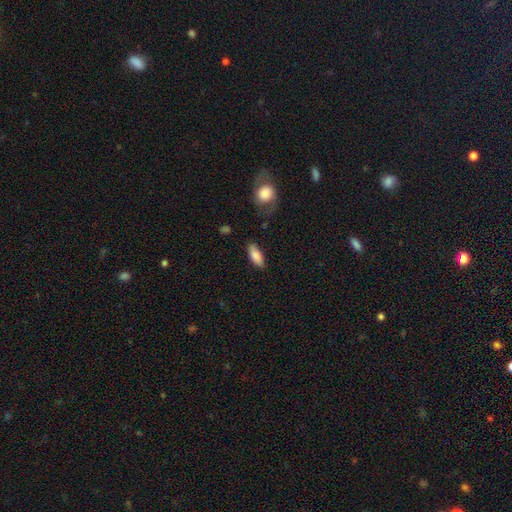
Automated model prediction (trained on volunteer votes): Smooth or featured? smooth (83%)
How rounded? in between (78%)
Merging? none (80%)